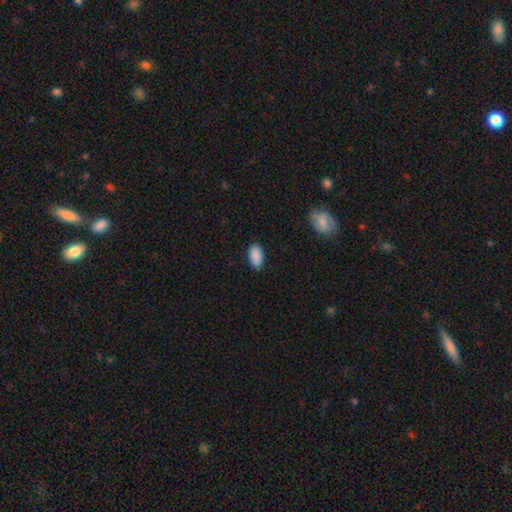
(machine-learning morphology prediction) Overall: smooth (89%). How rounded: in between (93%). Merging: none (84%).